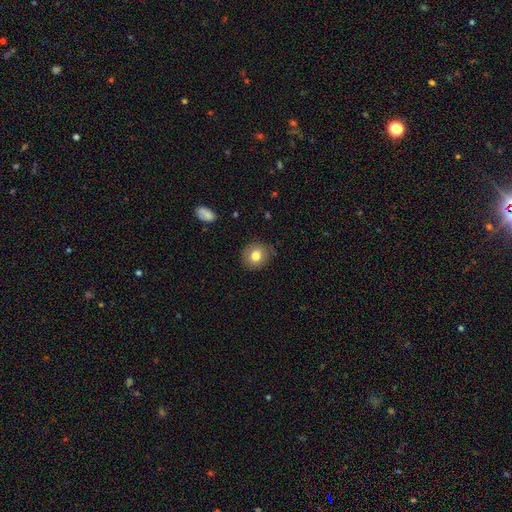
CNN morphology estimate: Smooth or featured: smooth — 78% (featured or disk — 12%)
How rounded: round — 83% (in between — 16%)
Merging: none — 84% (minor disturbance — 12%)